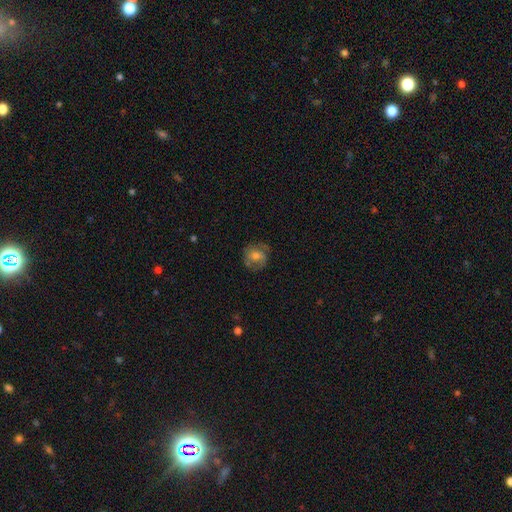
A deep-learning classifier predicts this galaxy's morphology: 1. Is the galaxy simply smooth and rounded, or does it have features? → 47% featured or disk, 44% smooth, 9% star or artifact.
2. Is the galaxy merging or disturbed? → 67% none, 21% minor disturbance, 11% major disturbance, 2% merger.